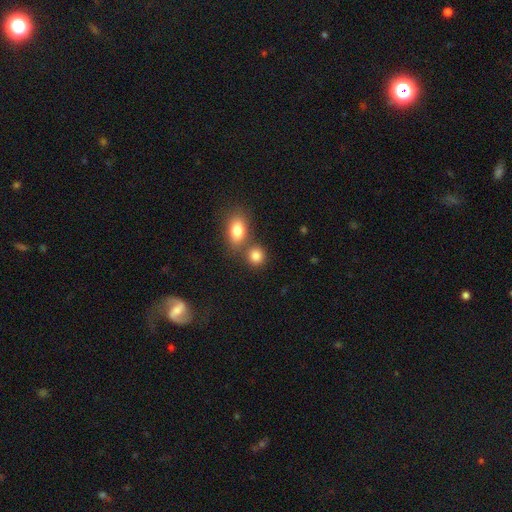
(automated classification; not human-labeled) A smooth galaxy with no disk features (83%) that is round (75%). Merging: none (58%).